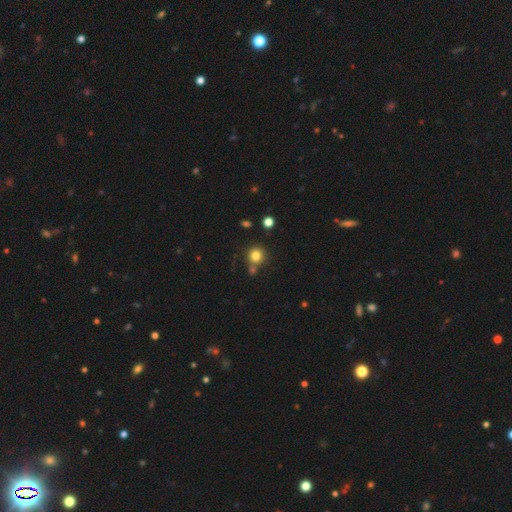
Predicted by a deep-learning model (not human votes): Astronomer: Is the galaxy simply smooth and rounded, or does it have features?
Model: smooth — 81%.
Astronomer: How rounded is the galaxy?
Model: round — 91%.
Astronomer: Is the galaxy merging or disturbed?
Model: none — 72%.